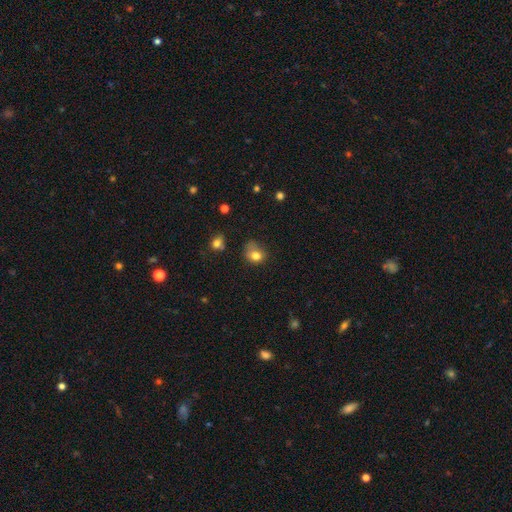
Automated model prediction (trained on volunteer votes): Q: Smooth or featured?
A: smooth (76%); runner-up: star or artifact (12%)
Q: How rounded?
A: round (58%); runner-up: in between (41%)
Q: Merging?
A: none (36%); runner-up: minor disturbance (33%)